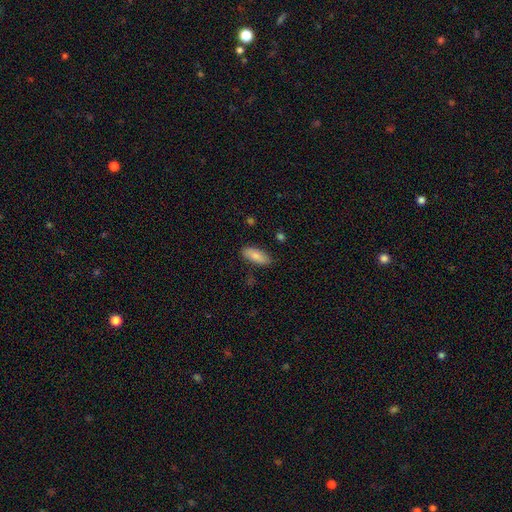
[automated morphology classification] Q: Smooth or featured?
A: smooth (82%); runner-up: featured or disk (12%)
Q: How rounded?
A: in between (79%); runner-up: cigar-shaped (19%)
Q: Merging?
A: none (83%); runner-up: minor disturbance (13%)